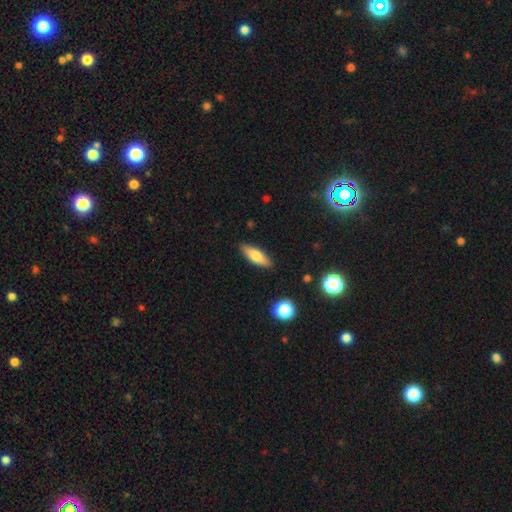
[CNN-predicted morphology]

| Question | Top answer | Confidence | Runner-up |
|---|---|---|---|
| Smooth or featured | smooth | 68% | featured or disk (26%) |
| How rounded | in between | 55% | cigar-shaped (42%) |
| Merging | none | 87% | minor disturbance (10%) |